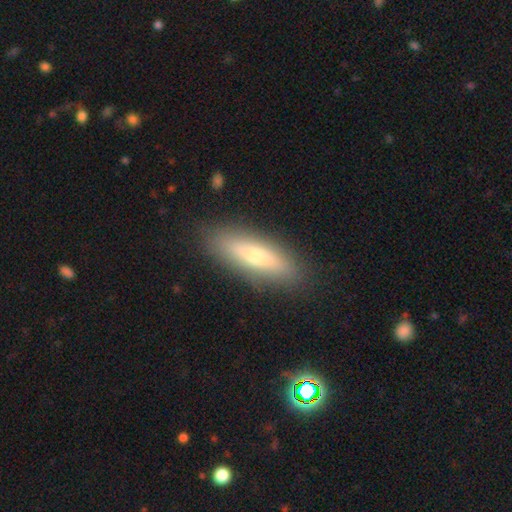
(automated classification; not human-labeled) smooth_or_featured: smooth (p=0.61) [alt: featured or disk p=0.32]
how_rounded: cigar-shaped (p=0.56) [alt: in between p=0.42]
merging: none (p=0.86) [alt: minor disturbance p=0.10]